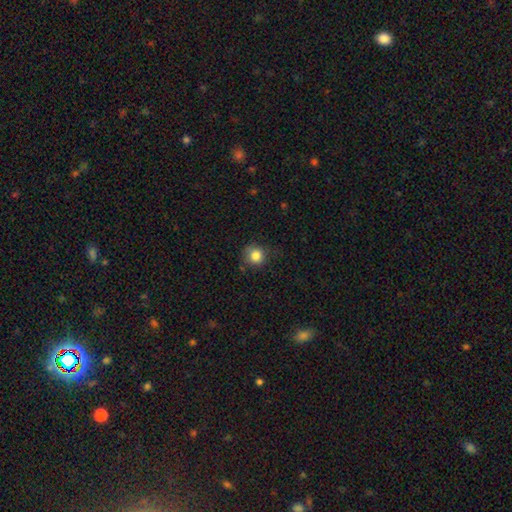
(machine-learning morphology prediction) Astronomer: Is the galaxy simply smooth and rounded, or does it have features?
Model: smooth — 83%.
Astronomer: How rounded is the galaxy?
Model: round — 89%.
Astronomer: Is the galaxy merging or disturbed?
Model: none — 76%.